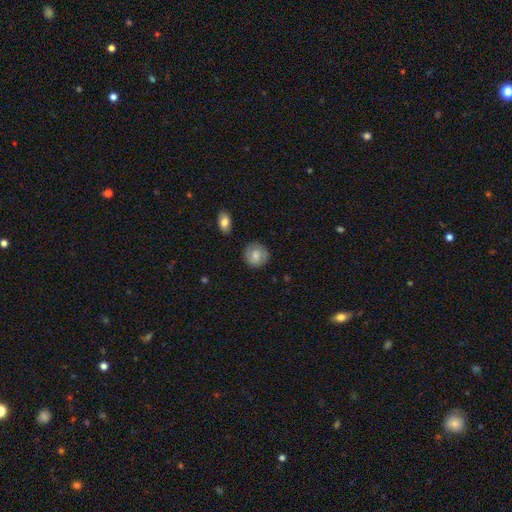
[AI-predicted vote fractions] smooth_or_featured: smooth (p=0.76) [alt: featured or disk p=0.17]
how_rounded: round (p=0.88) [alt: in between p=0.11]
merging: none (p=0.85) [alt: minor disturbance p=0.11]